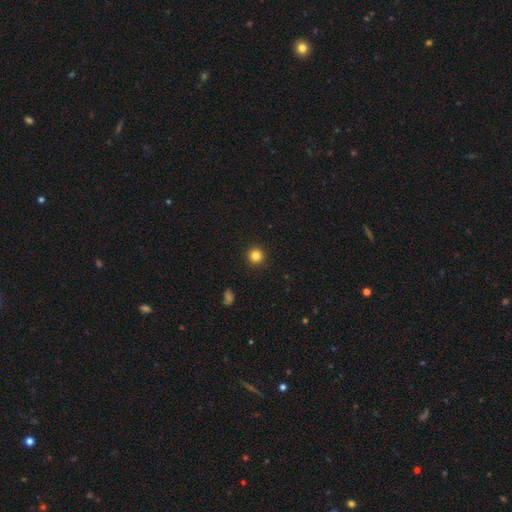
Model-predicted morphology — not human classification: This is clearly a smooth galaxy (84%). How rounded: clearly round (95%). Merging: clearly none (93%).